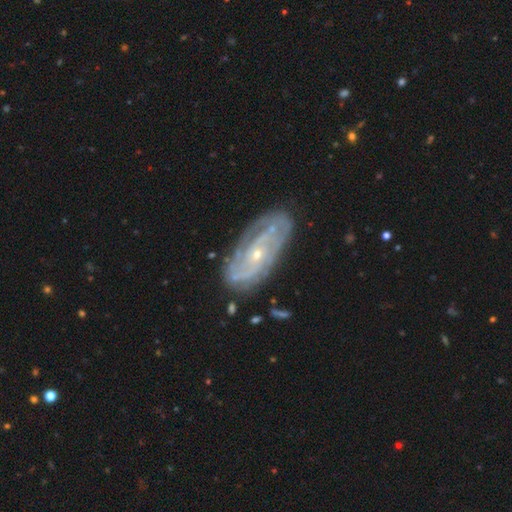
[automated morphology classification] A featured or disk galaxy (82%) with no bar (59%), 2 (39%) tight (54%) spiral arms (92%) and a small central bulge (73%).

Vote fractions:
- Smooth or featured? featured or disk: 82% / smooth: 10% / star or artifact: 8%
- Edge-on disk? no: 92% / yes: 8%
- Bar? no: 59% / weak: 30% / strong: 11%
- Spiral arms? yes: 92% / no: 8%
- Spiral winding? tight: 54% / medium: 33% / loose: 12%
- Spiral arm count? 2: 39% / can't tell: 30% / 3: 14% / 4: 7% / more than 4: 5% / 1: 5%
- Bulge size? small: 73% / moderate: 24% / none: 1% / large: 1% / dominant: 1%
- Merging? none: 79% / minor disturbance: 15% / major disturbance: 4% / merger: 2%